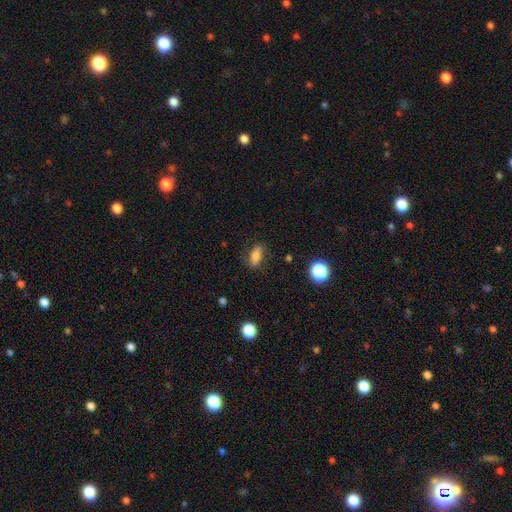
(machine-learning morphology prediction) smooth-or-featured: smooth: 75% | featured or disk: 14% | star or artifact: 11%
  how-rounded: in between: 79% | cigar-shaped: 14% | round: 7%
  merging: none: 78% | minor disturbance: 15% | major disturbance: 5% | merger: 1%